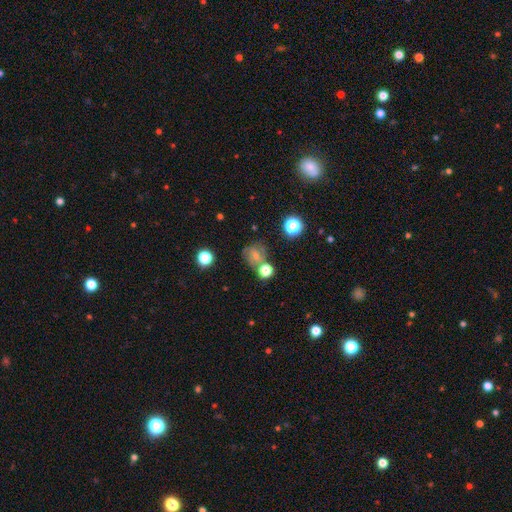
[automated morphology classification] This appears to be a smooth galaxy with no disk features (56%) that is round (70%). Merging: none (50%).